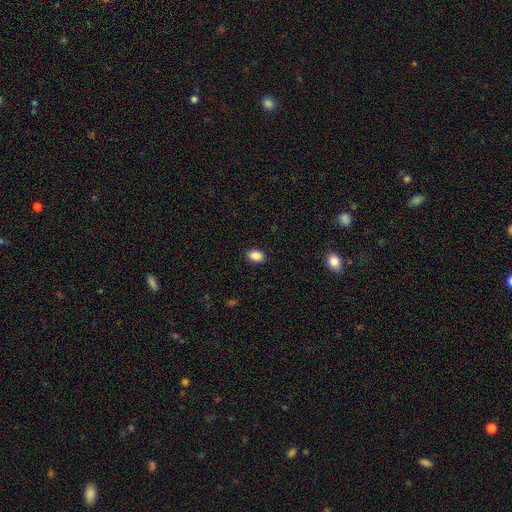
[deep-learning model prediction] Smooth or featured? smooth (89%)
How rounded? in between (81%)
Merging? none (89%)